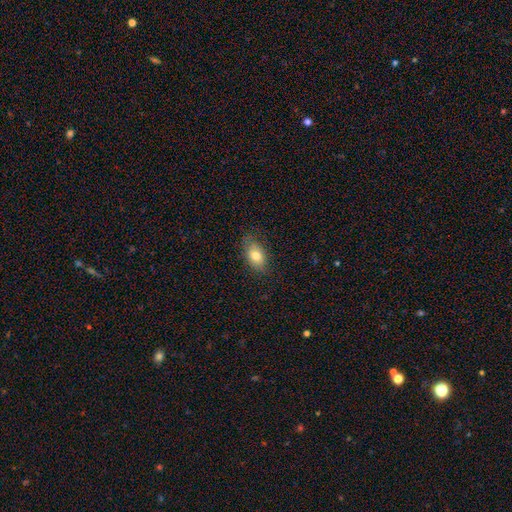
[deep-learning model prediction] This appears to be a smooth galaxy with no disk features (78%) that is in between round and cigar-shaped (88%). Merging: none (77%).